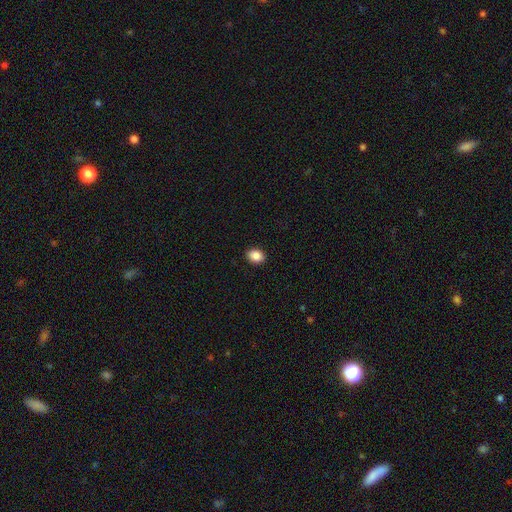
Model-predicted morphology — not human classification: Smooth or featured? Predicted: smooth (p=0.88). How rounded? Predicted: in between (p=0.64). Merging? Predicted: none (p=0.91).